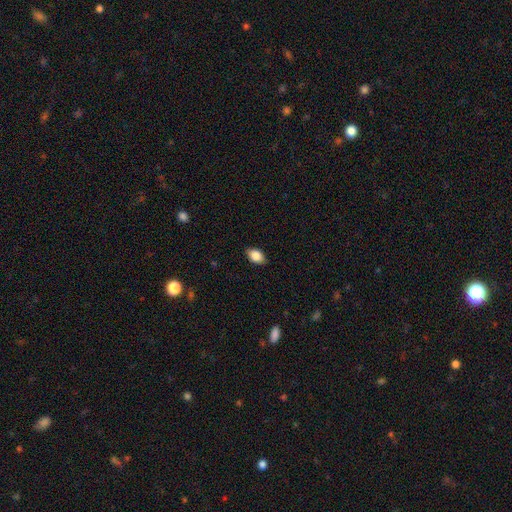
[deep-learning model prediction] Smooth or featured? Predicted: smooth (p=0.85). How rounded? Predicted: in between (p=0.86). Merging? Predicted: none (p=0.85).